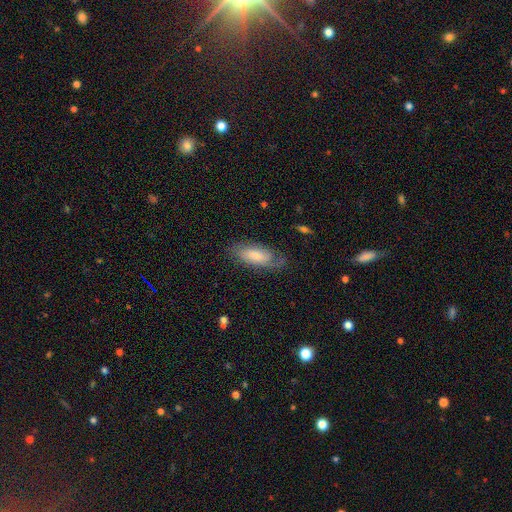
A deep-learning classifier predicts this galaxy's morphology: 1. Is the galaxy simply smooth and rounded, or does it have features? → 66% smooth, 27% featured or disk, 6% star or artifact.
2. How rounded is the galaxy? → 82% in between, 16% cigar-shaped, 2% round.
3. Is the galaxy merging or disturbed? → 68% none, 23% minor disturbance, 8% major disturbance, 2% merger.